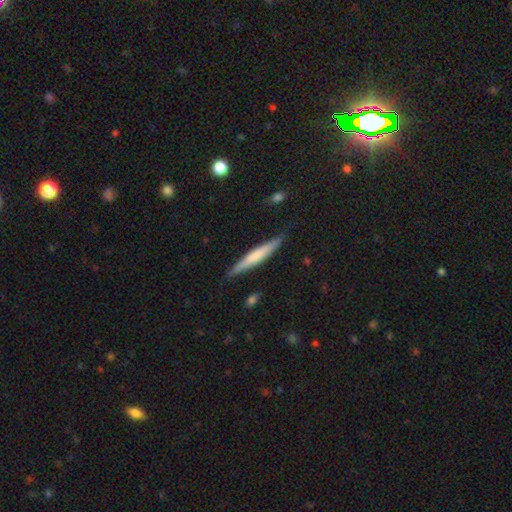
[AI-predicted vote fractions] A smooth galaxy with no disk features (56%) that is cigar-shaped (93%). Merging: none (86%).